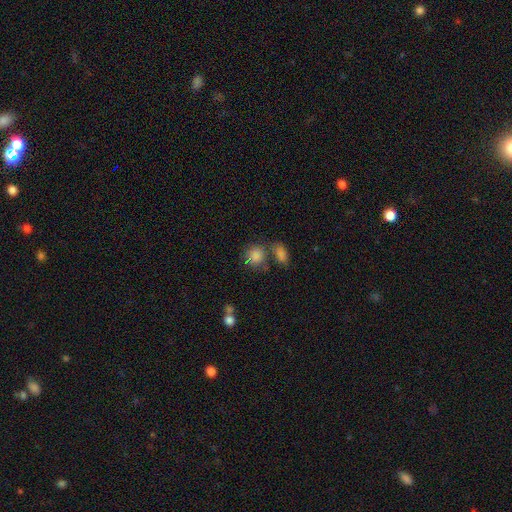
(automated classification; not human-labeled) Smooth or featured? Predicted: smooth (p=0.84). How rounded? Predicted: round (p=0.76). Merging? Predicted: none (p=0.52).